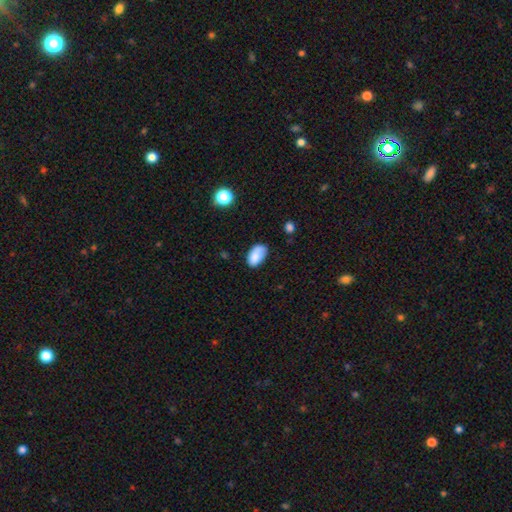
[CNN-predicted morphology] The model was most divided on "merging": none: 62%, minor disturbance: 28%, major disturbance: 7%, merger: 3%. More confident: how rounded — in between (92%); smooth or featured — smooth (83%).